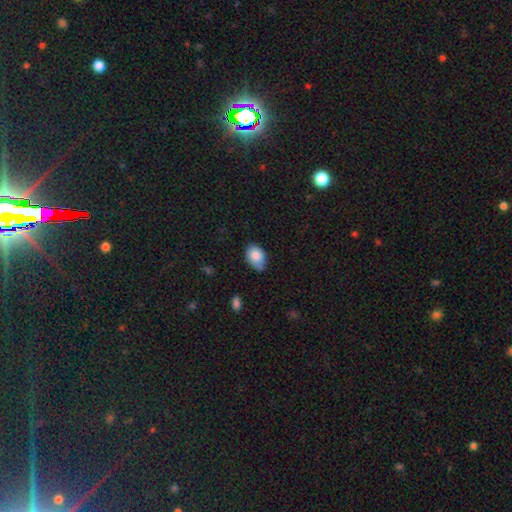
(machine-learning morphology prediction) Smooth or featured?
  - smooth: 84% *
  - featured or disk: 8%
  - star or artifact: 8%
How rounded?
  - in between: 80% *
  - round: 19%
  - cigar-shaped: 1%
Merging?
  - none: 54% *
  - minor disturbance: 36%
  - major disturbance: 6%
  - merger: 4%